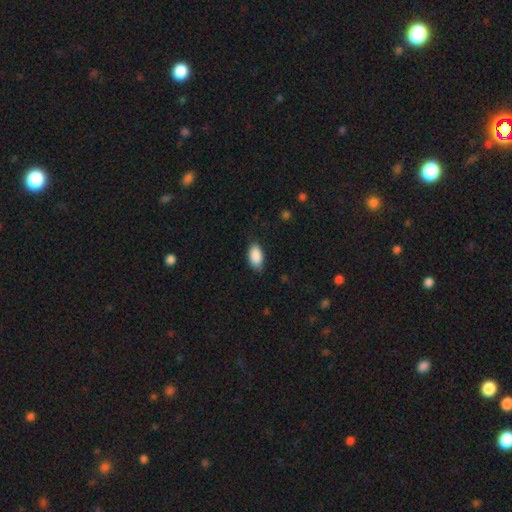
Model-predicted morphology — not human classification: smooth 90%, star or artifact 6%, featured or disk 4%. Down the decision tree: how rounded — in between (94%); merging — none (82%).